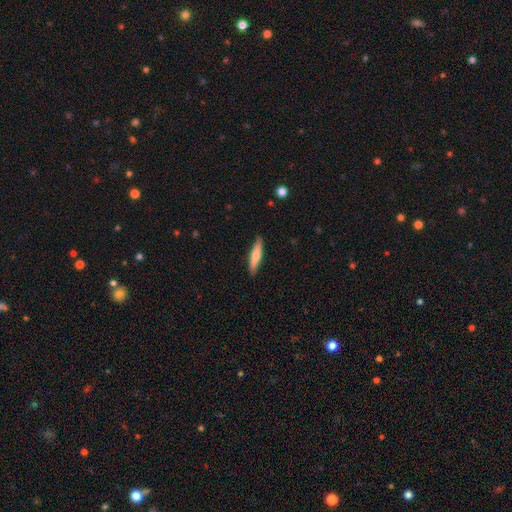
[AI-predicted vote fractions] smooth-or-featured: smooth: 68% | featured or disk: 26% | star or artifact: 6%
  how-rounded: cigar-shaped: 82% | in between: 16% | round: 2%
  merging: none: 88% | minor disturbance: 9% | major disturbance: 2% | merger: 1%